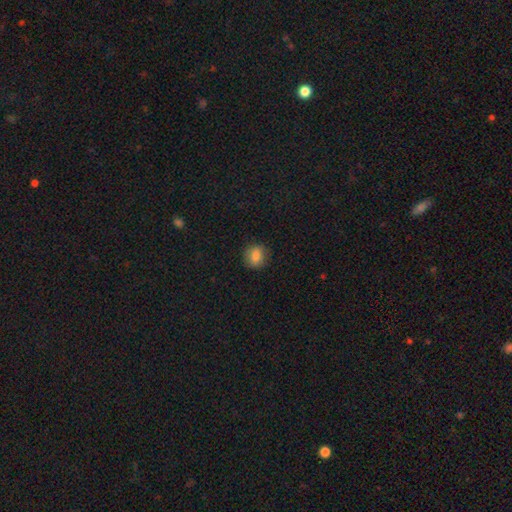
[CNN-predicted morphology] A smooth galaxy with no disk features (79%) that is round (78%).

Vote fractions:
- Smooth or featured? smooth: 79% / featured or disk: 10% / star or artifact: 10%
- How rounded? round: 78% / in between: 21% / cigar-shaped: 1%
- Merging? none: 87% / minor disturbance: 10% / major disturbance: 3% / merger: 1%